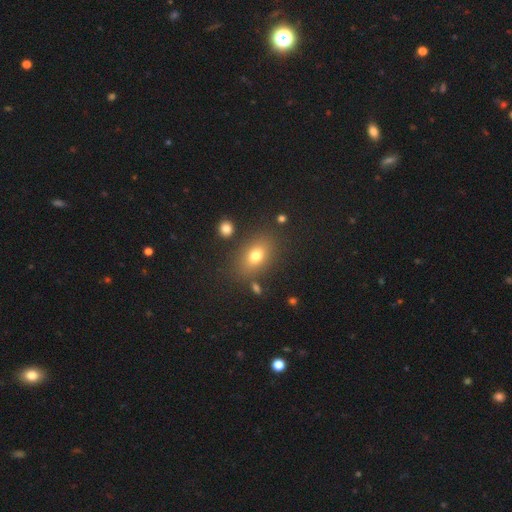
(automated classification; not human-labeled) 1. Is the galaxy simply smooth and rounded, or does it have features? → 74% smooth, 13% featured or disk, 13% star or artifact.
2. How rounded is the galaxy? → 77% in between, 20% round, 2% cigar-shaped.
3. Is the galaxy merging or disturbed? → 79% none, 11% minor disturbance, 5% merger, 5% major disturbance.